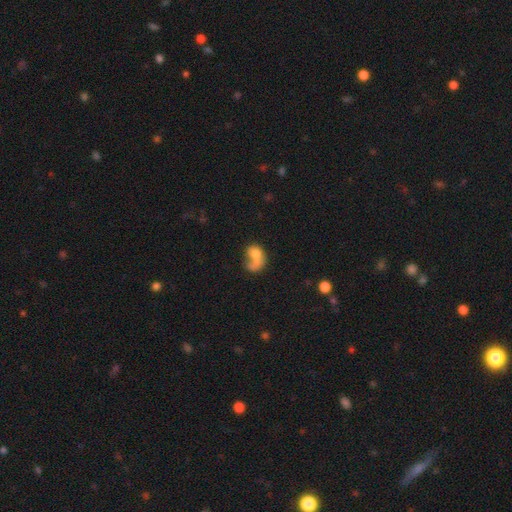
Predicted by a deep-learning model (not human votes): A smooth galaxy with no disk features (62%) that is in between round and cigar-shaped (61%). Merging: merger (50%).